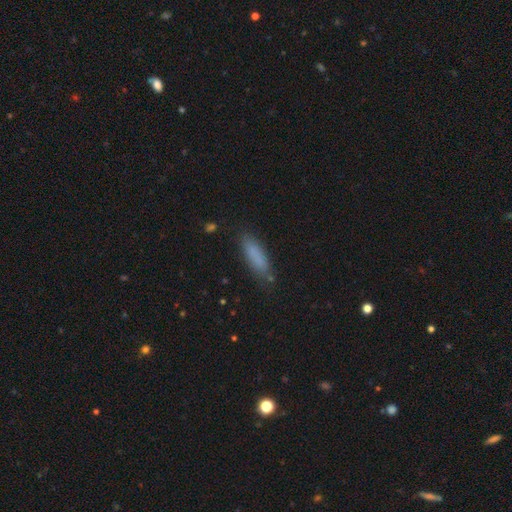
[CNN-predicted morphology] type=smooth (82%); roundness=cigar-shaped (59%); merging=none (79%).